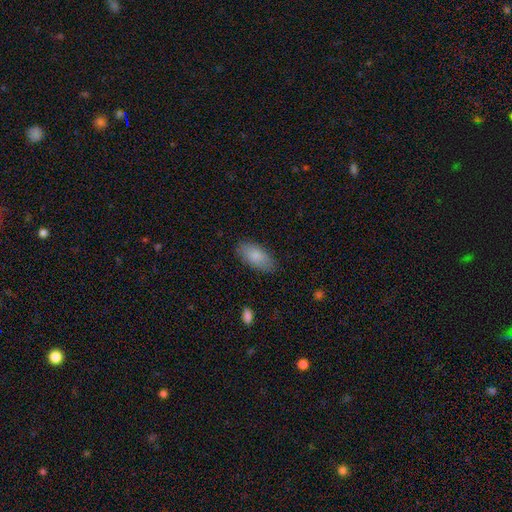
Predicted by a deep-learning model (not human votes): A smooth galaxy with no disk features (85%) that is in between round and cigar-shaped (89%).

Vote fractions:
- Smooth or featured? smooth: 85% / featured or disk: 9% / star or artifact: 6%
- How rounded? in between: 89% / cigar-shaped: 9% / round: 2%
- Merging? none: 84% / minor disturbance: 12% / major disturbance: 3% / merger: 1%